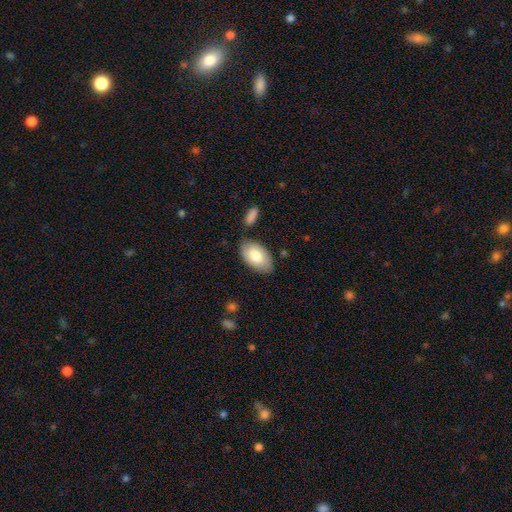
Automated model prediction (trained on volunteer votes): This appears to be a smooth galaxy with no disk features (78%) that is in between round and cigar-shaped (95%). Merging: none (75%).